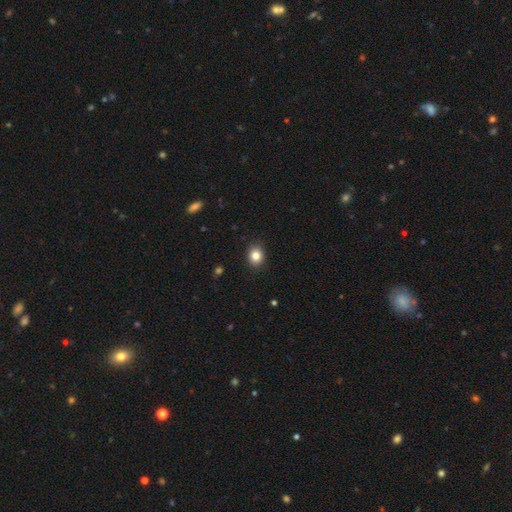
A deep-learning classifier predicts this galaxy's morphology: This is clearly a smooth galaxy (83%). How rounded: likely round (61%). Merging: clearly none (90%).